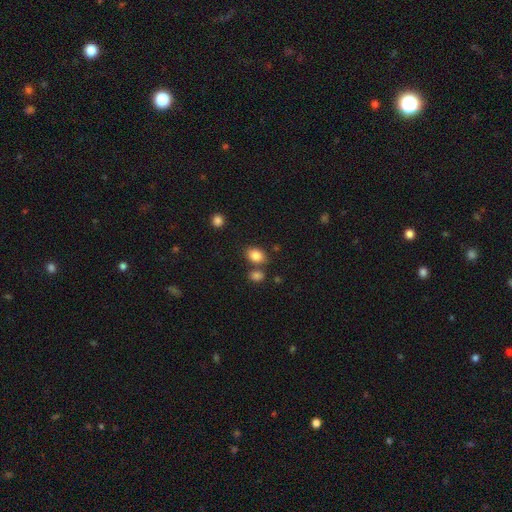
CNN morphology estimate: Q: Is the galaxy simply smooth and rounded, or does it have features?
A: smooth — 85%.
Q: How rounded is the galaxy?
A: in between — 71%.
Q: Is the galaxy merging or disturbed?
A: none — 69%.